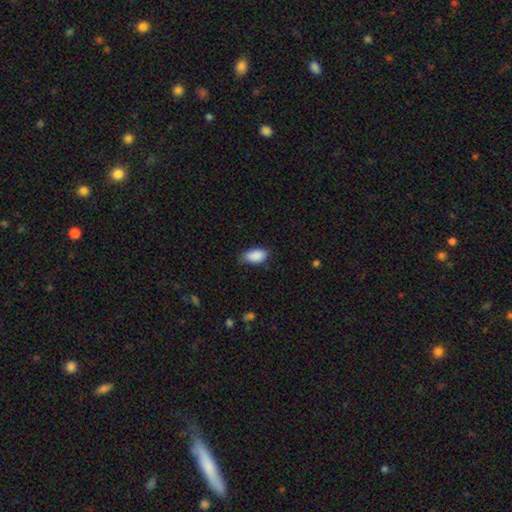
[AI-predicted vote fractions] This is clearly a smooth galaxy (90%). How rounded: clearly in between (93%). Merging: likely none (71%).